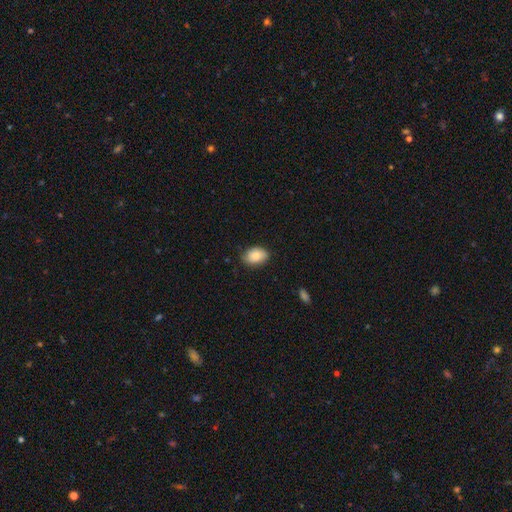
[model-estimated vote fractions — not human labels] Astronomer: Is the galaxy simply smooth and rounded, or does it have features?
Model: smooth — 84%.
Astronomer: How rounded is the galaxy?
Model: in between — 83%.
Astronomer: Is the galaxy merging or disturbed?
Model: none — 80%.